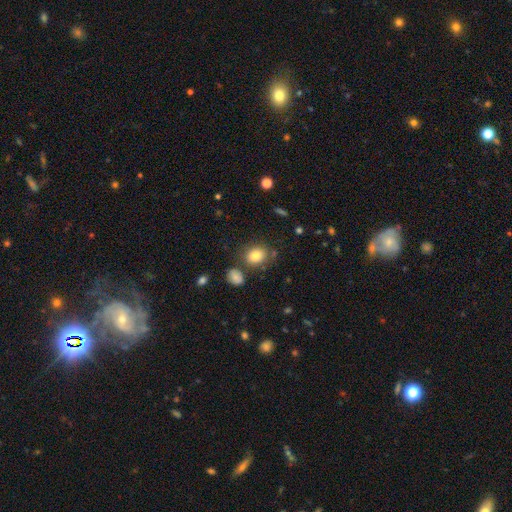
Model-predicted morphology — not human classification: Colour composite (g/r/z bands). It shows a smooth galaxy with no disk features (80%) that is round (54%). Merging: none (75%).